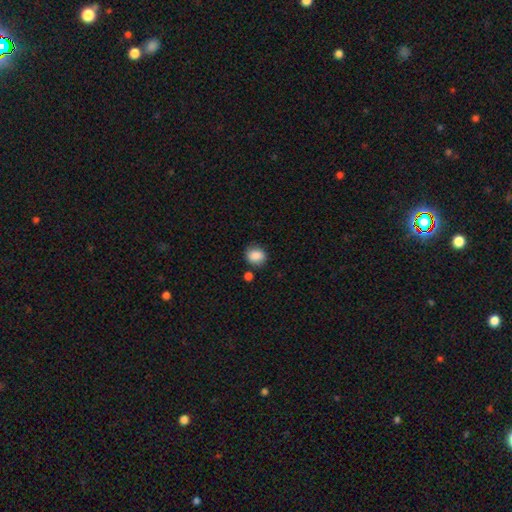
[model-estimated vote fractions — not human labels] Morphology: type=smooth (87%); roundness=round (69%); merging=none (79%).